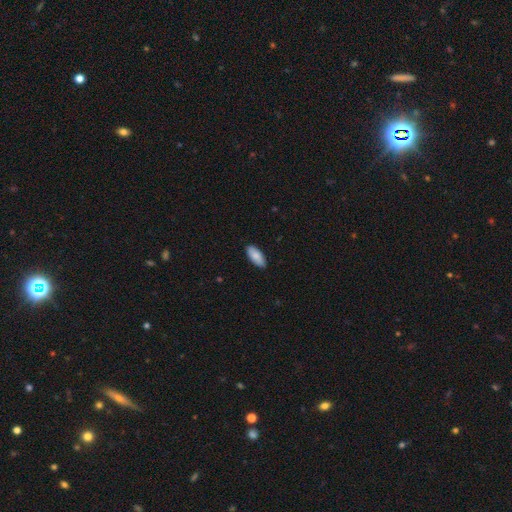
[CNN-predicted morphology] The model was most divided on "how rounded": in between: 87%, cigar-shaped: 11%, round: 2%. More confident: merging — none (87%); smooth or featured — smooth (86%).